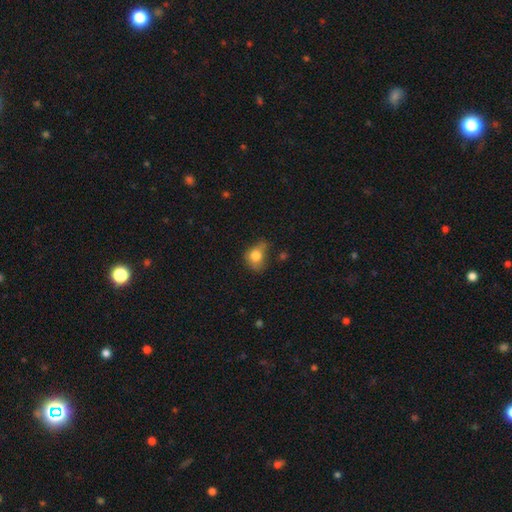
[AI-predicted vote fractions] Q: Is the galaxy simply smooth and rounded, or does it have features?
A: smooth — 75%.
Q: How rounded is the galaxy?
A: round — 52%.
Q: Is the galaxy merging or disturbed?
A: minor disturbance — 37%.